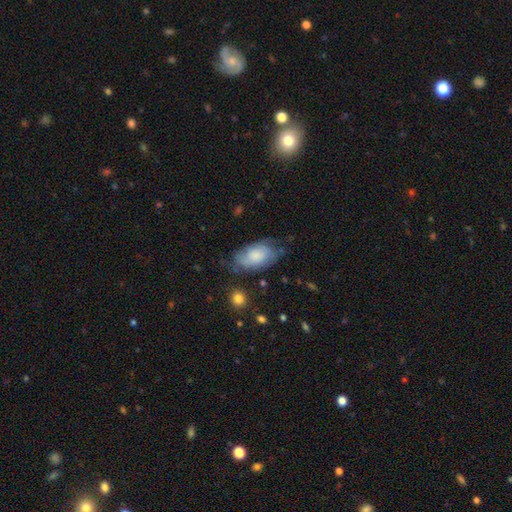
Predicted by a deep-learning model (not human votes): Morphology: type=smooth (63%); roundness=in between (93%); merging=none (56%).